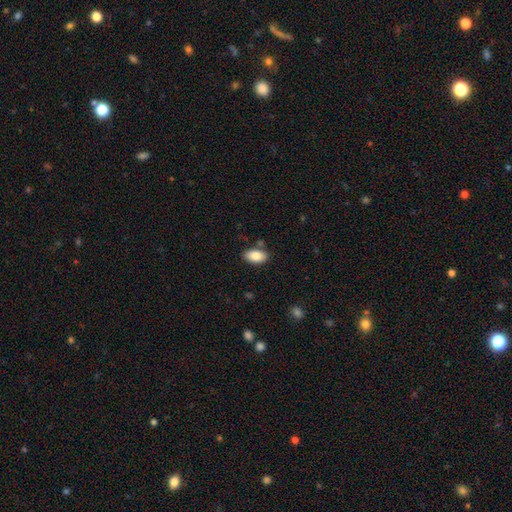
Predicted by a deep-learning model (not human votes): Smooth or featured? smooth (85%)
How rounded? in between (94%)
Merging? none (80%)